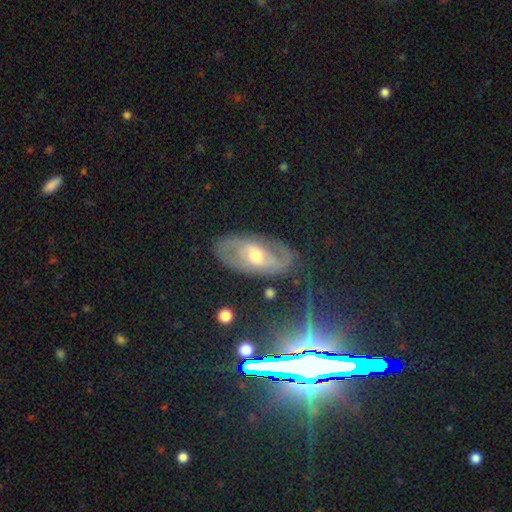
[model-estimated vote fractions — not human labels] Smooth or featured?
  - featured or disk: 76% *
  - smooth: 17%
  - star or artifact: 7%
Edge-on disk?
  - no: 93% *
  - yes: 7%
Bar?
  - weak: 44% *
  - no: 42%
  - strong: 14%
Spiral arms?
  - yes: 82% *
  - no: 18%
Spiral winding?
  - medium: 42% *
  - tight: 40%
  - loose: 18%
Spiral arm count?
  - 2: 69% *
  - can't tell: 20%
  - 1: 4%
  - 3: 4%
  - 4: 2%
  - more than 4: 2%
Bulge size?
  - moderate: 69% *
  - small: 23%
  - large: 5%
  - none: 1%
  - dominant: 1%
Merging?
  - none: 74% *
  - minor disturbance: 17%
  - major disturbance: 7%
  - merger: 2%